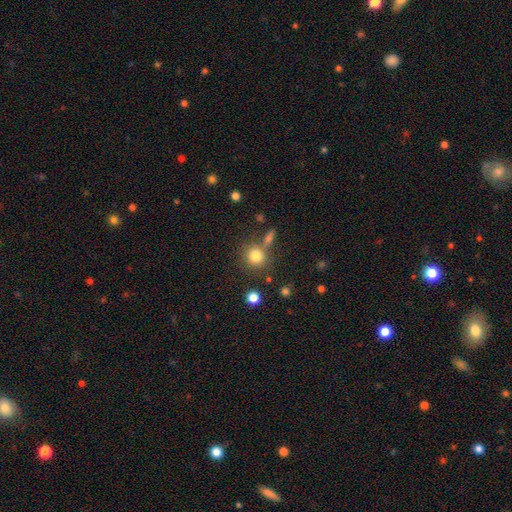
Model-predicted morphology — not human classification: Smooth or featured? smooth (80%)
How rounded? round (89%)
Merging? none (71%)